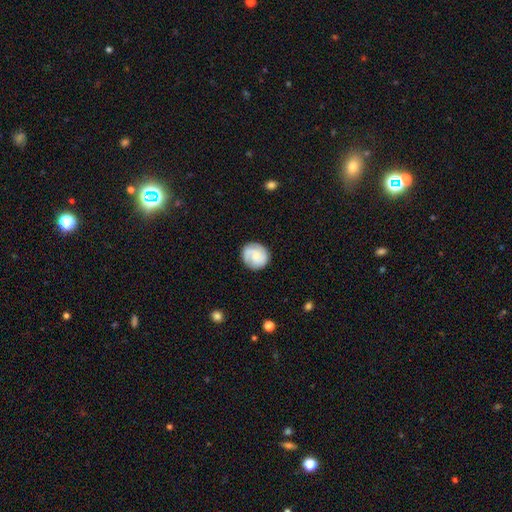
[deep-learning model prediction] Overall: featured or disk (52%; smooth 41%). Edge-on disk: no (98%). Bar: no (67%; weak 29%). Spiral arms: yes (92%). Bulge size: small (51%; moderate 22%). Merging: none (82%).